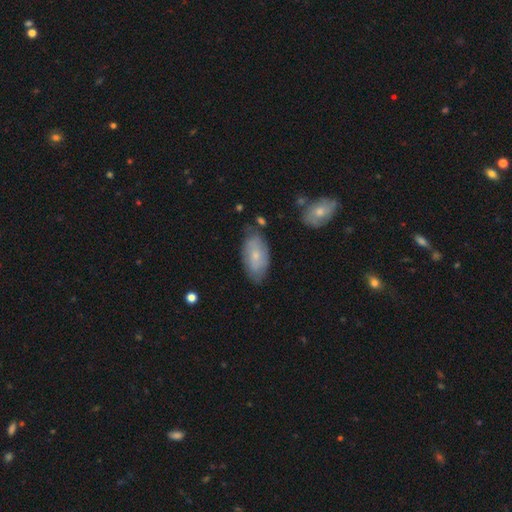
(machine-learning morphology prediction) type=smooth (65%); roundness=in between (93%); merging=none (70%).